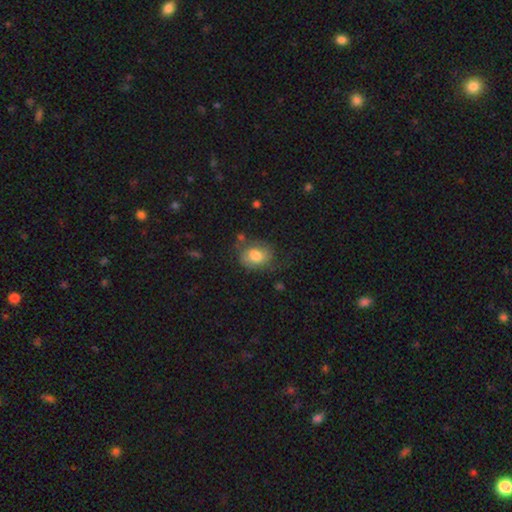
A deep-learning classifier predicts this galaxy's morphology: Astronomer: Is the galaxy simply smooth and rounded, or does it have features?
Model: smooth — 69%.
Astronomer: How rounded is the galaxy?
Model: in between — 59% (runner-up: round, 40%).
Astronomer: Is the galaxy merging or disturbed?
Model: none — 50% (runner-up: minor disturbance, 28%).